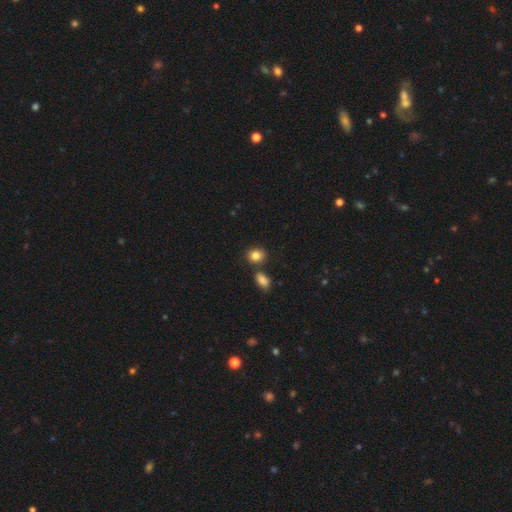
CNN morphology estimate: type=smooth (84%); roundness=round (52%); merging=none (67%).